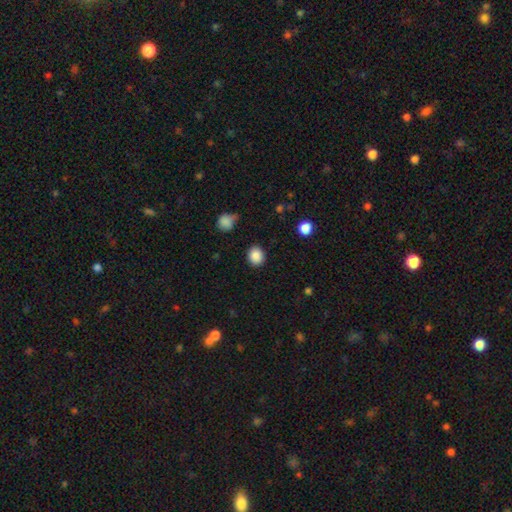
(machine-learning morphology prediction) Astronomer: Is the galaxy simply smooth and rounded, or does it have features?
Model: smooth — 88%.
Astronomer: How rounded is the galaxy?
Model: round — 70%.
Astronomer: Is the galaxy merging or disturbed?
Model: none — 88%.